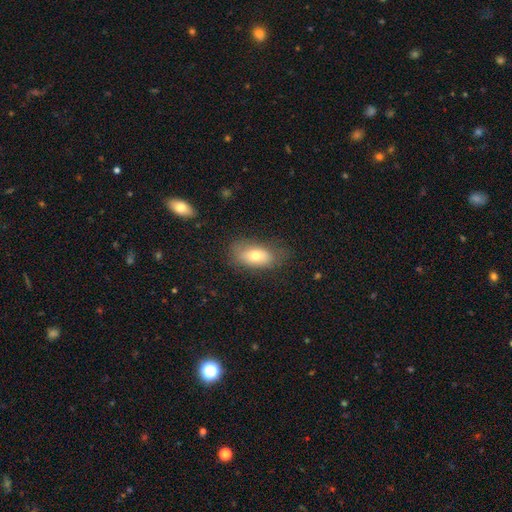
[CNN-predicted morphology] Smooth or featured?
  - smooth: 70% *
  - featured or disk: 21%
  - star or artifact: 8%
How rounded?
  - in between: 89% *
  - round: 6%
  - cigar-shaped: 5%
Merging?
  - none: 67% *
  - minor disturbance: 23%
  - major disturbance: 8%
  - merger: 2%